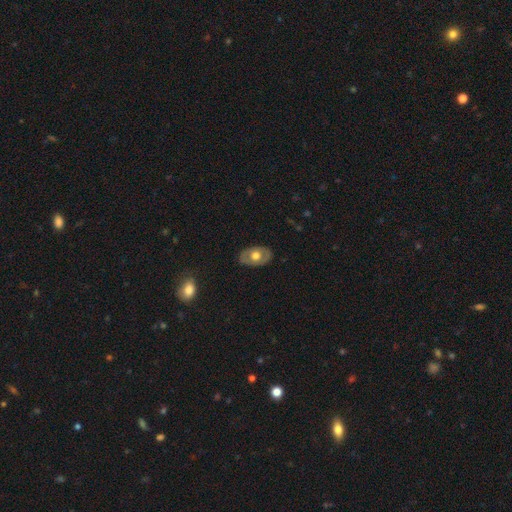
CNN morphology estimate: Smooth or featured? smooth (49%)
Merging? none (82%)